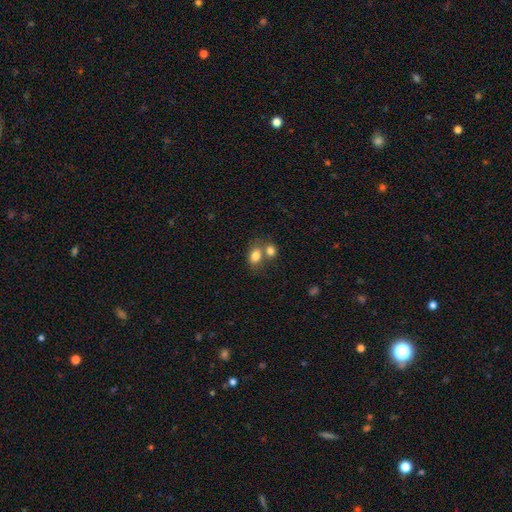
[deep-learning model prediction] Morphology: type=smooth (80%); roundness=in between (64%); merging=merger (49%).